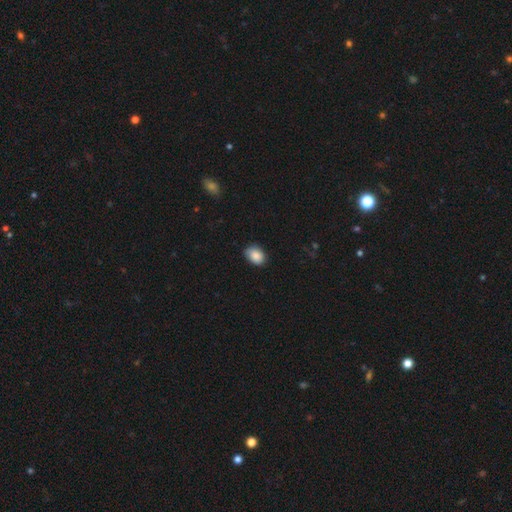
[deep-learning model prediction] The model was most divided on "how rounded": in between: 69%, round: 30%, cigar-shaped: 1%. More confident: smooth or featured — smooth (86%); merging — none (70%).